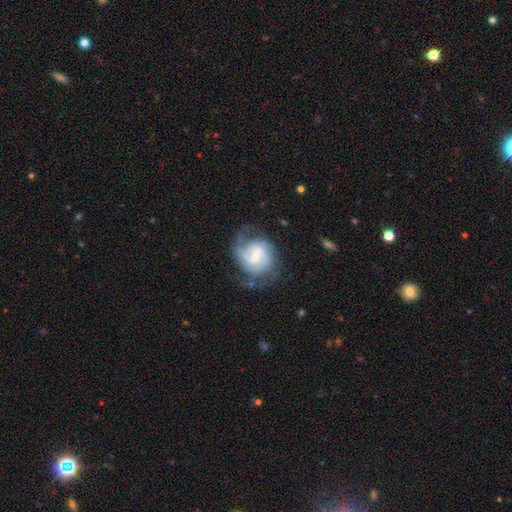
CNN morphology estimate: Q: Smooth or featured?
A: featured or disk (84%); runner-up: smooth (10%)
Q: Edge-on disk?
A: no (98%); runner-up: yes (2%)
Q: Bar?
A: weak (54%); runner-up: no (33%)
Q: Spiral arms?
A: yes (96%); runner-up: no (4%)
Q: Spiral winding?
A: tight (44%); runner-up: medium (43%)
Q: Spiral arm count?
A: 2 (54%); runner-up: can't tell (17%)
Q: Bulge size?
A: small (62%); runner-up: moderate (30%)
Q: Merging?
A: none (62%); runner-up: minor disturbance (21%)